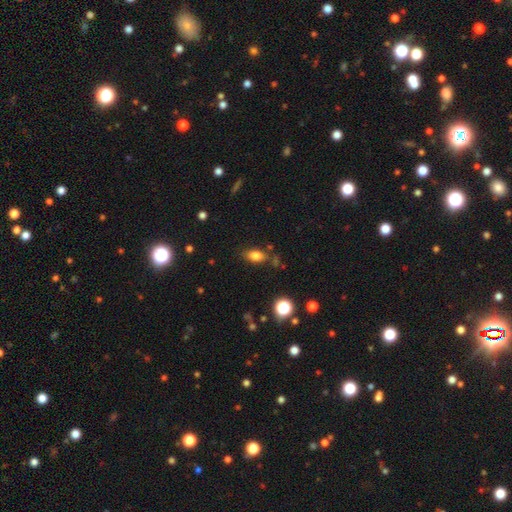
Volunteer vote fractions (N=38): smooth-or-featured: smooth: 82% | featured or disk: 13% | star or artifact: 5%
  how-rounded: in between: 84% | round: 10% | cigar-shaped: 6%
  merging: none: 81% | minor disturbance: 8% | major disturbance: 8% | merger: 3%